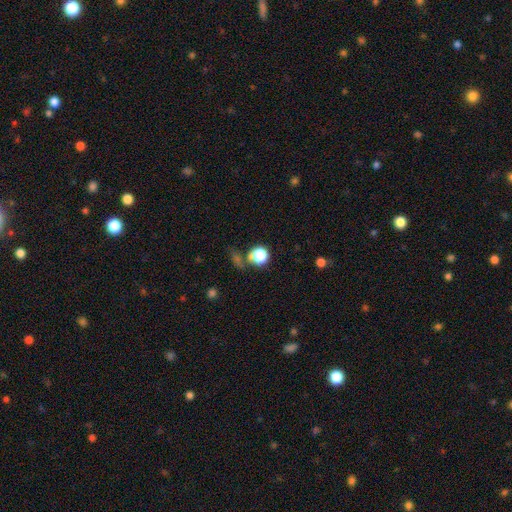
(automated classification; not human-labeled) smooth 50%, star or artifact 40%, featured or disk 9%. Down the decision tree: how rounded — round (84%); merging — none (68%).